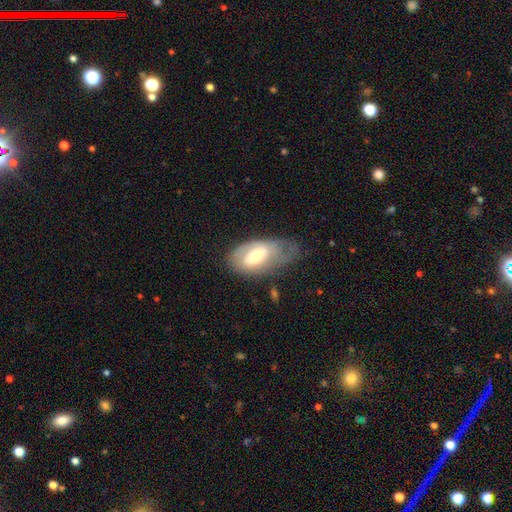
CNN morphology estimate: Smooth or featured? Predicted: featured or disk (p=0.49). Merging? Predicted: none (p=0.35).